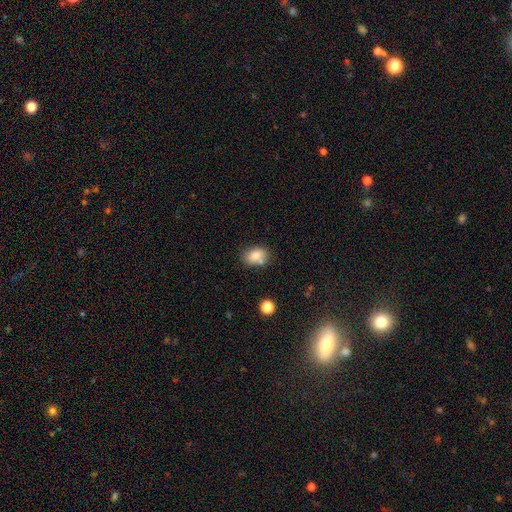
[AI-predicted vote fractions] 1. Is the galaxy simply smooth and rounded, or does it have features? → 77% smooth, 14% featured or disk, 10% star or artifact.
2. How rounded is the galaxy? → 73% in between, 26% round, 1% cigar-shaped.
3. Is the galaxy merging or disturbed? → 62% none, 18% merger, 16% minor disturbance, 4% major disturbance.